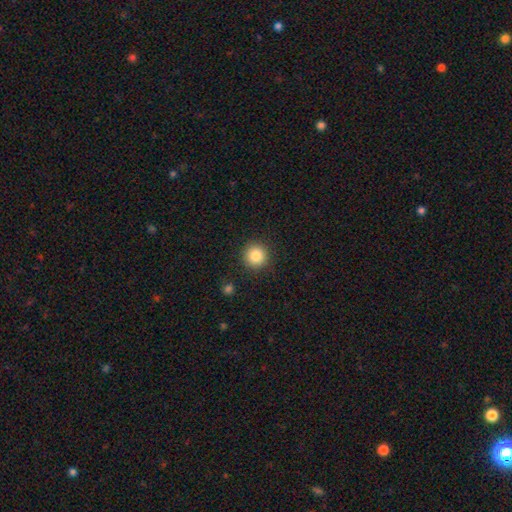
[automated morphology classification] A smooth galaxy with no disk features (85%) that is round (95%). Merging: none (91%).